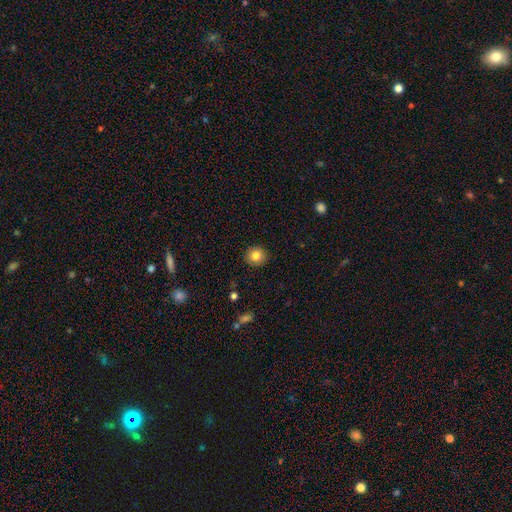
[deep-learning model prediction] Q: Smooth or featured?
A: smooth (83%); runner-up: star or artifact (10%)
Q: How rounded?
A: round (88%); runner-up: in between (11%)
Q: Merging?
A: none (91%); runner-up: minor disturbance (6%)